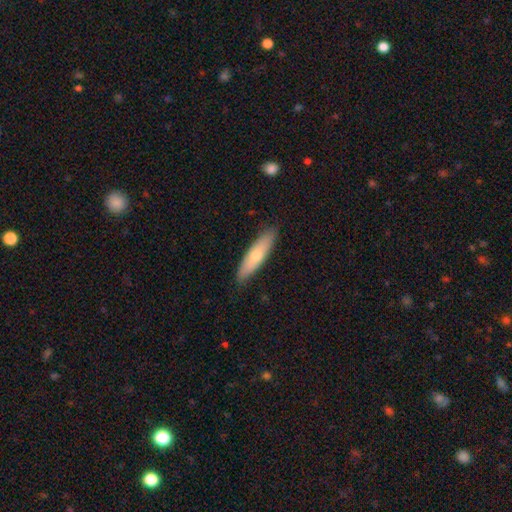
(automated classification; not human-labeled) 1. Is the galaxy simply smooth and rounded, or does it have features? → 64% smooth, 31% featured or disk, 6% star or artifact.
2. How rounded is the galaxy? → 71% cigar-shaped, 27% in between, 2% round.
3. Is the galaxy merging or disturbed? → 88% none, 9% minor disturbance, 2% major disturbance, 1% merger.